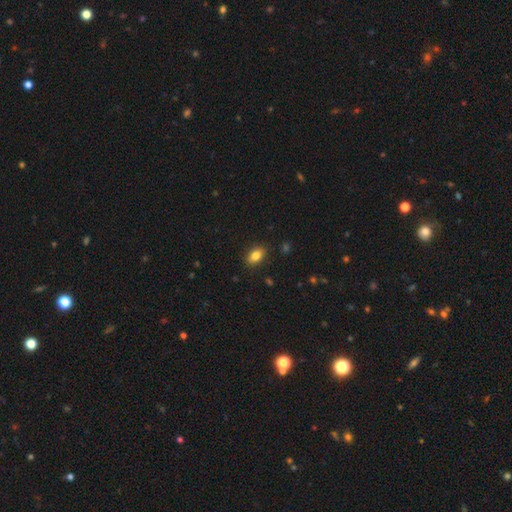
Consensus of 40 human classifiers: A smooth galaxy with no disk features (92%) that is in between round and cigar-shaped (76%).

Vote fractions:
- Smooth or featured? smooth: 92% / star or artifact: 8% / featured or disk: 0%
- How rounded? in between: 76% / round: 22% / cigar-shaped: 3%
- Merging? none: 86% / minor disturbance: 11% / major disturbance: 3% / merger: 0%